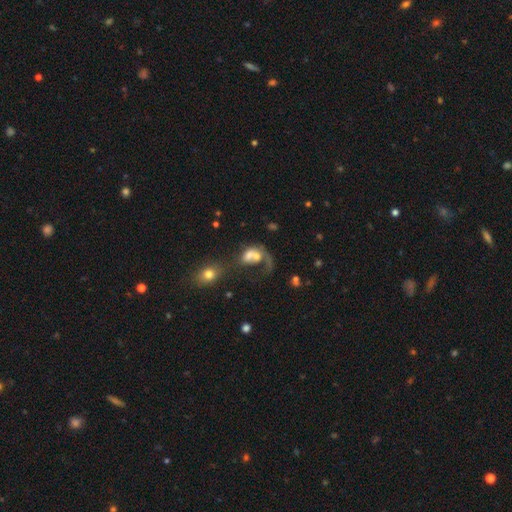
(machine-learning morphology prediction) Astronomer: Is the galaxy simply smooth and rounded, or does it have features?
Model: smooth — 44%, tied with featured or disk at 44%.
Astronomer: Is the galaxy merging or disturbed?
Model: merger — 43% (runner-up: major disturbance, 33%).